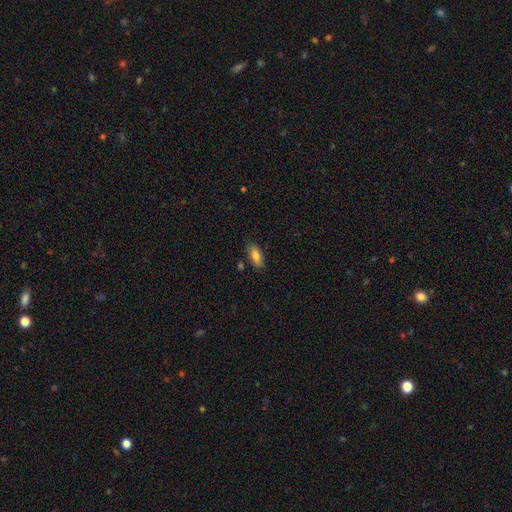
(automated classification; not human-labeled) Smooth or featured? Predicted: smooth (p=0.79). How rounded? Predicted: in between (p=0.78). Merging? Predicted: none (p=0.81).